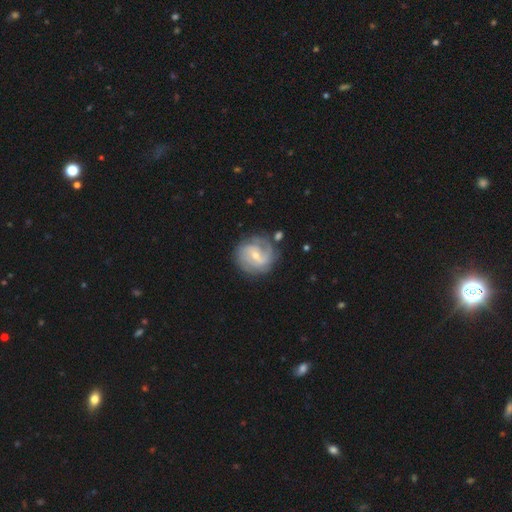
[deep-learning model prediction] The model was most divided on "spiral winding": tight: 50%, medium: 38%, loose: 12%. Remaining: edge-on disk — no (98%); spiral arms — yes (94%); smooth or featured — featured or disk (82%); merging — none (74%); bulge size — small (56%); bar — weak (54%); spiral arm count — 2 (47%).